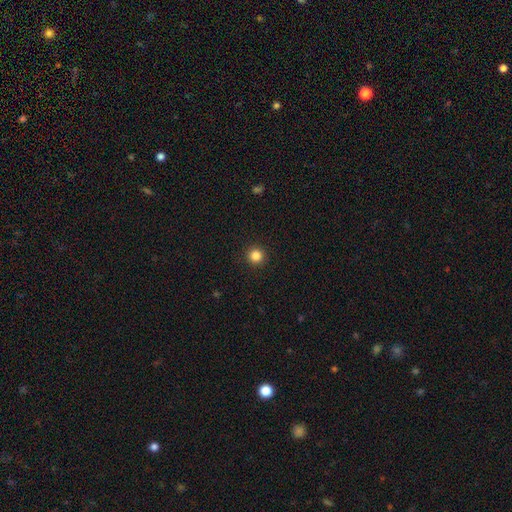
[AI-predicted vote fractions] Smooth or featured: smooth — 84% (star or artifact — 12%)
How rounded: round — 95% (in between — 4%)
Merging: none — 93% (minor disturbance — 4%)